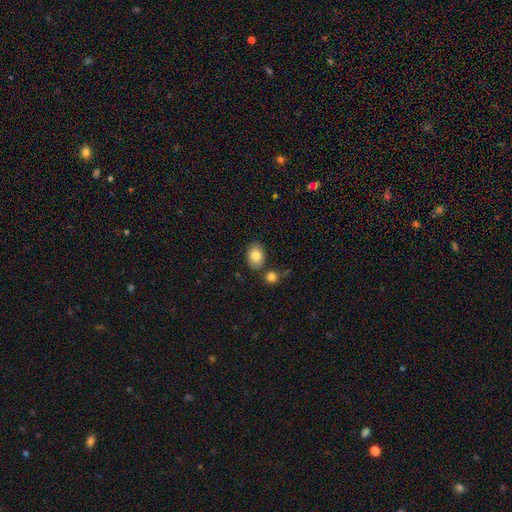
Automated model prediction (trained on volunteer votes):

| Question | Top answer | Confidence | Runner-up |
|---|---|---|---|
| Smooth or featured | smooth | 82% | featured or disk (10%) |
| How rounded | in between | 77% | round (22%) |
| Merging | none | 77% | minor disturbance (11%) |